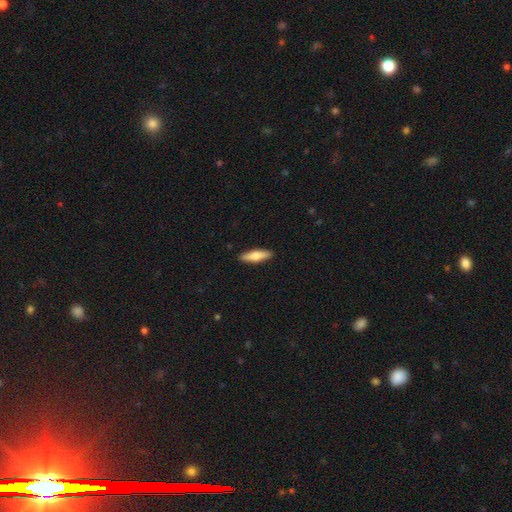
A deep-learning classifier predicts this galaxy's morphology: Smooth or featured: smooth — 64% (featured or disk — 30%)
How rounded: cigar-shaped — 66% (in between — 32%)
Merging: none — 91% (minor disturbance — 7%)